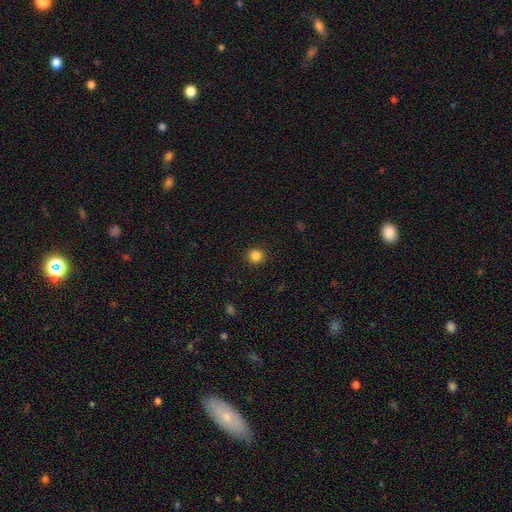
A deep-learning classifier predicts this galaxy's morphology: type=smooth (84%); roundness=round (94%); merging=none (93%).